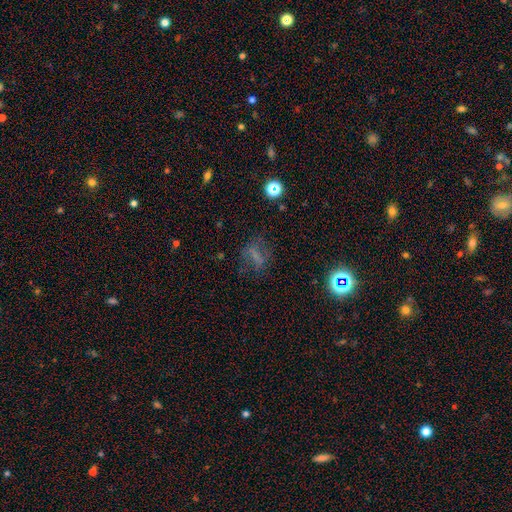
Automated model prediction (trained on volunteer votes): smooth_or_featured: smooth (p=0.43) [alt: star or artifact p=0.29]
merging: none (p=0.66) [alt: minor disturbance p=0.17]